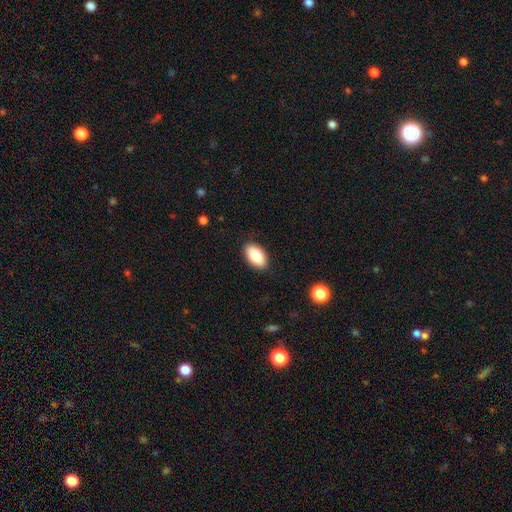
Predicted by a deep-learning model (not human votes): smooth_or_featured: smooth (p=0.84) [alt: featured or disk p=0.09]
how_rounded: in between (p=0.94) [alt: round p=0.04]
merging: none (p=0.88) [alt: minor disturbance p=0.09]